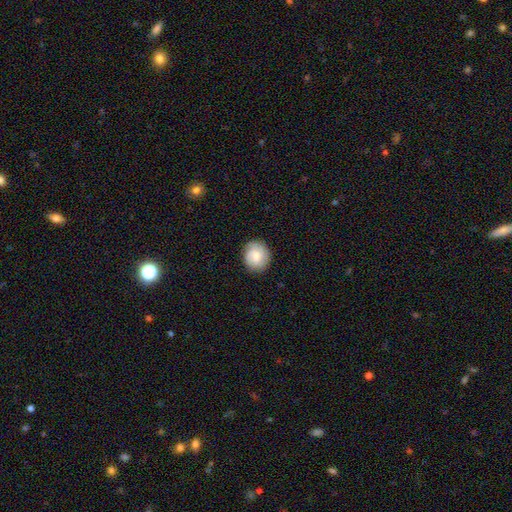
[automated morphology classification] smooth 68%, featured or disk 25%, star or artifact 7%. Down the decision tree: how rounded — round (76%); merging — none (83%).